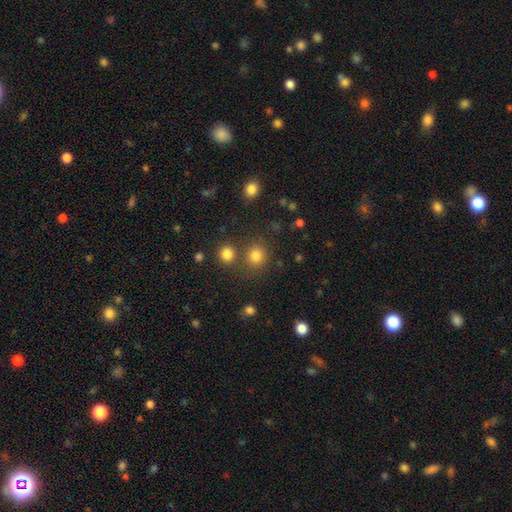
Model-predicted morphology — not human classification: type=smooth (81%); roundness=round (88%); merging=none (75%).